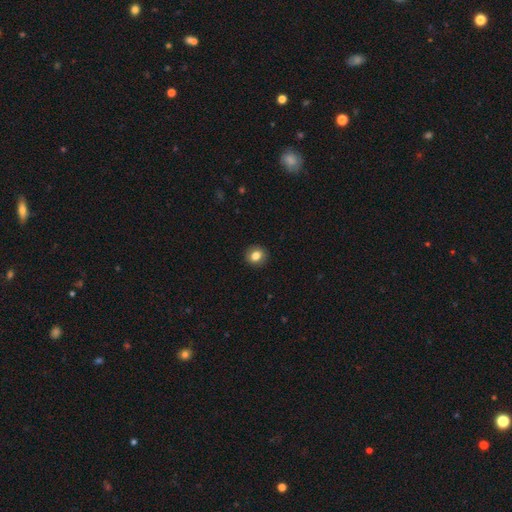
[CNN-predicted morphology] Smooth or featured: smooth — 81% (star or artifact — 10%)
How rounded: round — 81% (in between — 18%)
Merging: none — 91% (minor disturbance — 6%)